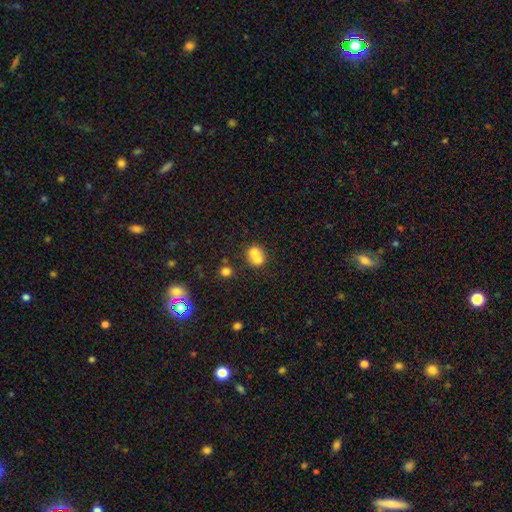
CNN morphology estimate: smooth_or_featured: smooth (p=0.69) [alt: featured or disk p=0.20]
how_rounded: round (p=0.68) [alt: in between p=0.31]
merging: merger (p=0.64) [alt: none p=0.27]